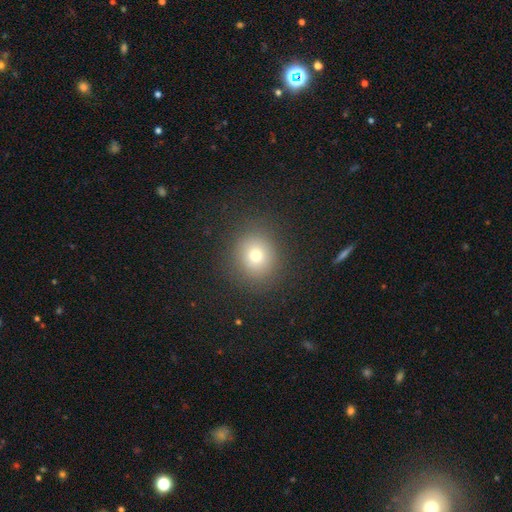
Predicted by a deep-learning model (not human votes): Smooth or featured?
  - smooth: 72% *
  - star or artifact: 16%
  - featured or disk: 12%
How rounded?
  - round: 86% *
  - in between: 13%
  - cigar-shaped: 1%
Merging?
  - none: 87% *
  - minor disturbance: 8%
  - major disturbance: 4%
  - merger: 1%